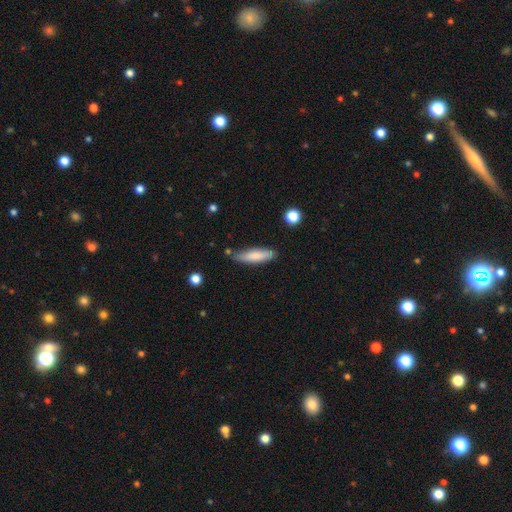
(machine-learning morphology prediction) Smooth or featured? smooth (79%)
How rounded? cigar-shaped (73%)
Merging? none (76%)